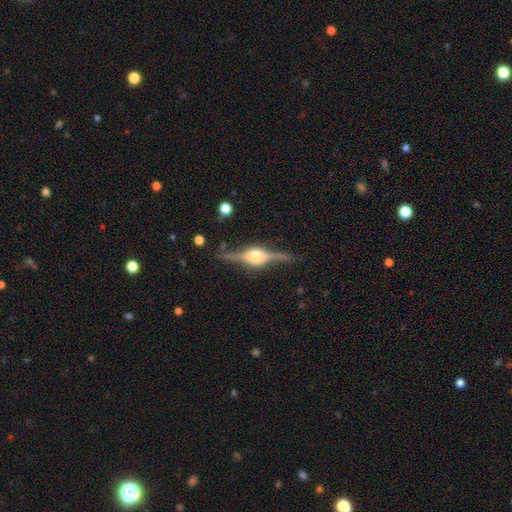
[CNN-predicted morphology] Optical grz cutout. It shows a featured or disk galaxy (87%) viewed edge-on (98%) with a rounded central bulge (89%). Merging: none (86%).